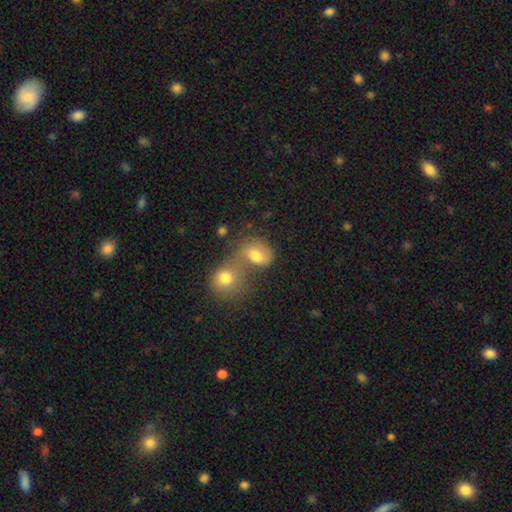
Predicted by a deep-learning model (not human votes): A smooth galaxy with no disk features (71%) that is in between round and cigar-shaped (55%).

Vote fractions:
- Smooth or featured? smooth: 71% / featured or disk: 18% / star or artifact: 11%
- How rounded? in between: 55% / round: 44% / cigar-shaped: 1%
- Merging? merger: 62% / none: 23% / minor disturbance: 8% / major disturbance: 7%